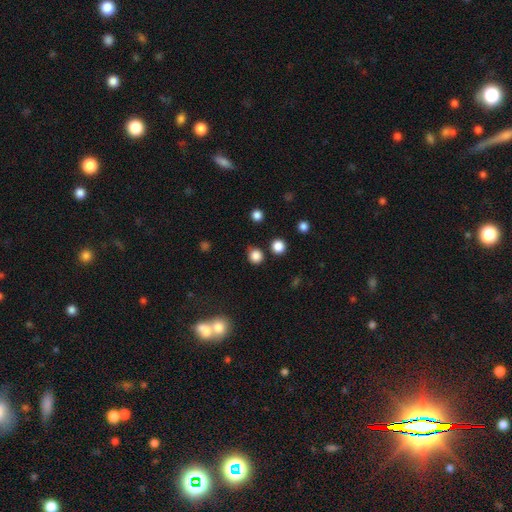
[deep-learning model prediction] A smooth galaxy with no disk features (83%) that is round (91%). Merging: none (85%).